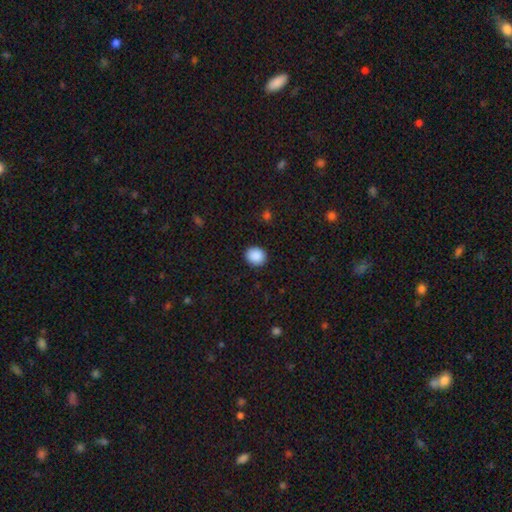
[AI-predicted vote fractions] Q: Smooth or featured?
A: smooth (90%); runner-up: star or artifact (8%)
Q: How rounded?
A: round (76%); runner-up: in between (24%)
Q: Merging?
A: none (91%); runner-up: minor disturbance (6%)